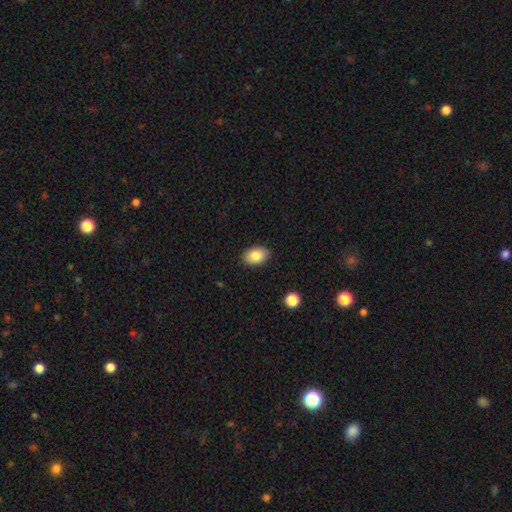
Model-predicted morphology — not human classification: smooth 86%, star or artifact 7%, featured or disk 7%. Down the decision tree: how rounded — in between (86%); merging — none (88%).